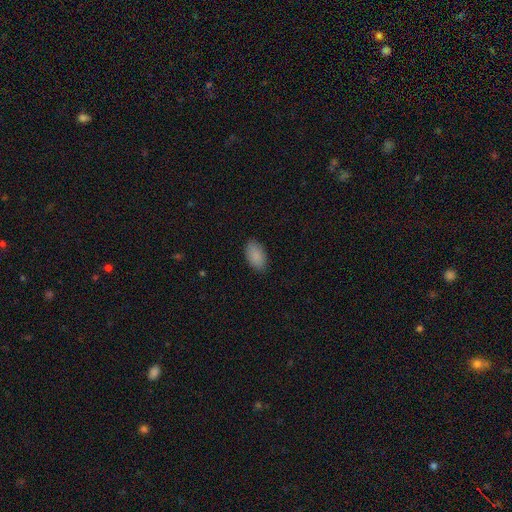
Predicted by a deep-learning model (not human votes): Morphology: type=smooth (89%); roundness=in between (94%); merging=none (87%).